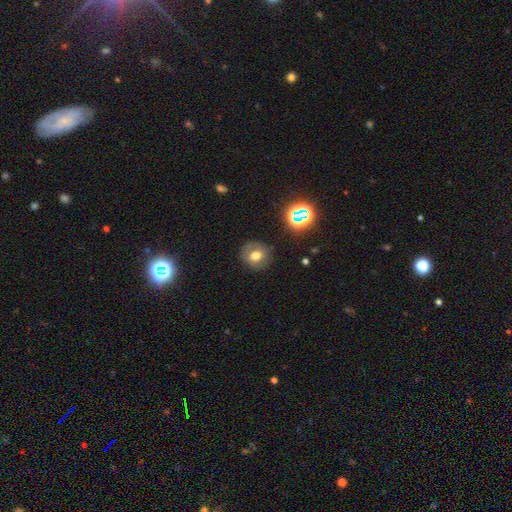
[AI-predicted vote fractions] A smooth galaxy with no disk features (63%) that is round (78%).

Vote fractions:
- Smooth or featured? smooth: 63% / featured or disk: 21% / star or artifact: 15%
- How rounded? round: 78% / in between: 21% / cigar-shaped: 1%
- Merging? none: 82% / minor disturbance: 12% / major disturbance: 5% / merger: 2%